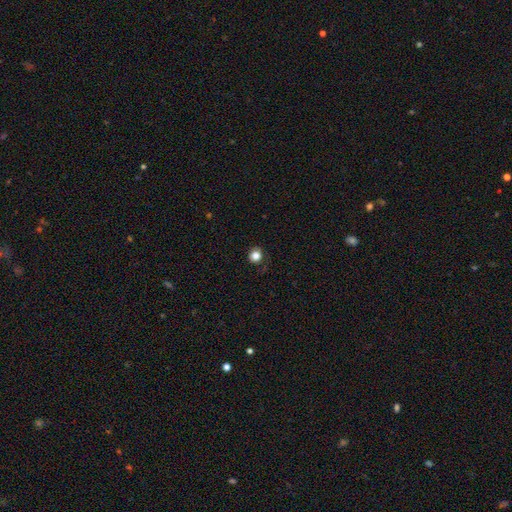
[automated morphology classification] A smooth galaxy with no disk features (82%) that is round (88%).

Vote fractions:
- Smooth or featured? smooth: 82% / star or artifact: 13% / featured or disk: 6%
- How rounded? round: 88% / in between: 11% / cigar-shaped: 1%
- Merging? none: 86% / minor disturbance: 10% / major disturbance: 3% / merger: 1%